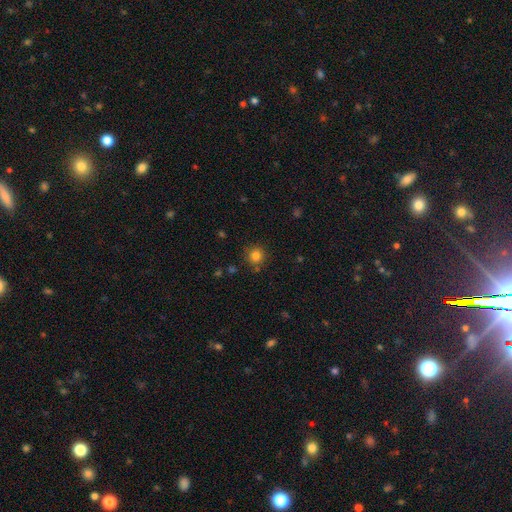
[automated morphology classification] This is clearly a smooth galaxy (82%). How rounded: clearly round (93%). Merging: clearly none (85%).